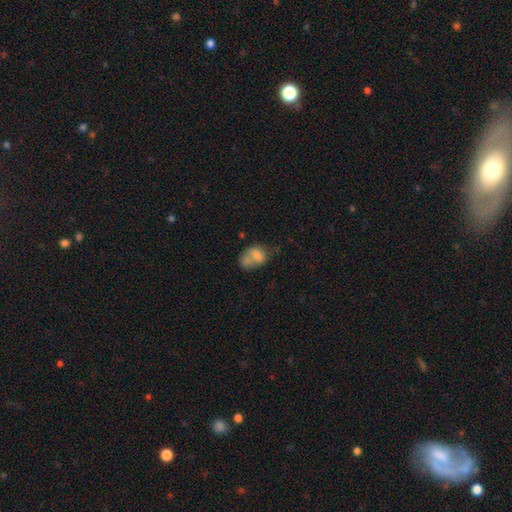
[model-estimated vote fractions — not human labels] smooth 67%, featured or disk 23%, star or artifact 10%. Down the decision tree: how rounded — in between (73%); merging — merger (46%).